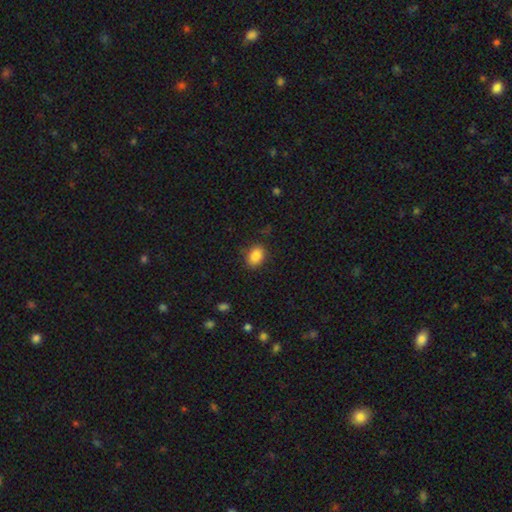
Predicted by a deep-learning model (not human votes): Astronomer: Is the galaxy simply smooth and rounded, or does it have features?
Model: smooth — 86%.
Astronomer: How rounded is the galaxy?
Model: in between — 71%.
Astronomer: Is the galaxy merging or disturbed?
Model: none — 84%.